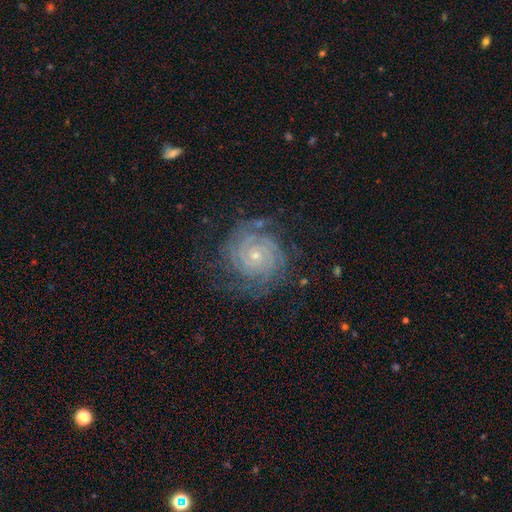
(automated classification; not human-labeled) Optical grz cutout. It shows a featured or disk galaxy (89%) with no bar (76%), 2 (34%) tight (84%) spiral arms (98%) and a small central bulge (78%). Merging: none (76%).